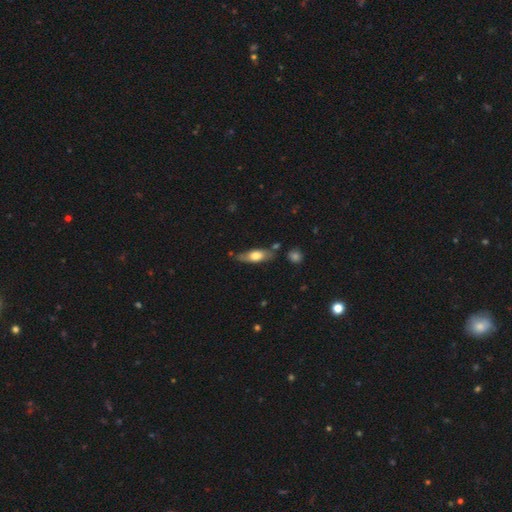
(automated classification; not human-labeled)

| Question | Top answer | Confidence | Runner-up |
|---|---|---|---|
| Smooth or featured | smooth | 60% | featured or disk (35%) |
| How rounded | in between | 62% | cigar-shaped (35%) |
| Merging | none | 69% | minor disturbance (20%) |